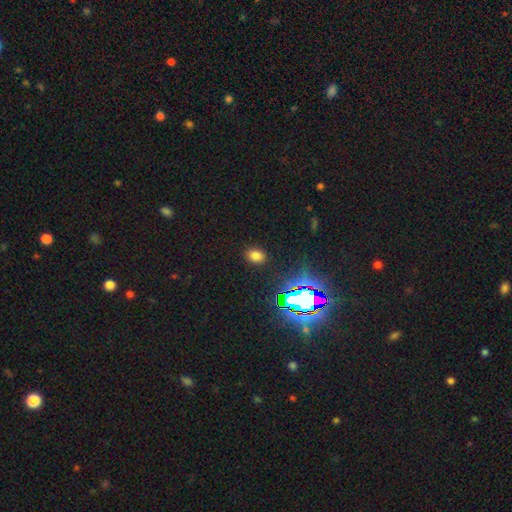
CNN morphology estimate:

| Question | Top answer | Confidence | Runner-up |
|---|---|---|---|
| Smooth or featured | smooth | 71% | star or artifact (23%) |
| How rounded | in between | 64% | round (35%) |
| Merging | none | 88% | minor disturbance (8%) |